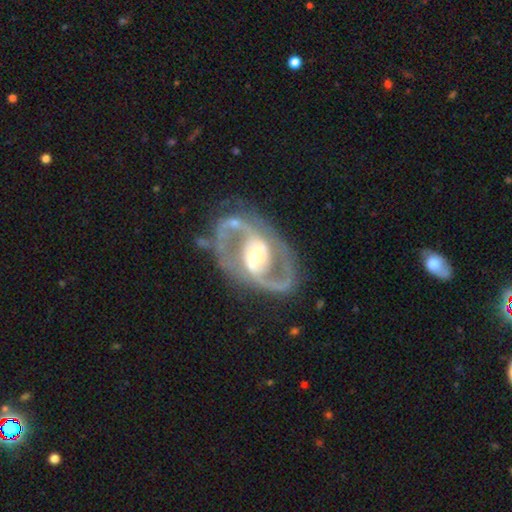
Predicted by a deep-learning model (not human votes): Q: Smooth or featured?
A: featured or disk (90%); runner-up: smooth (6%)
Q: Edge-on disk?
A: no (97%); runner-up: yes (3%)
Q: Bar?
A: no (38%); runner-up: weak (33%)
Q: Spiral arms?
A: yes (92%); runner-up: no (8%)
Q: Spiral winding?
A: medium (57%); runner-up: loose (23%)
Q: Spiral arm count?
A: 2 (92%); runner-up: can't tell (3%)
Q: Bulge size?
A: moderate (65%); runner-up: small (24%)
Q: Merging?
A: none (76%); runner-up: minor disturbance (13%)